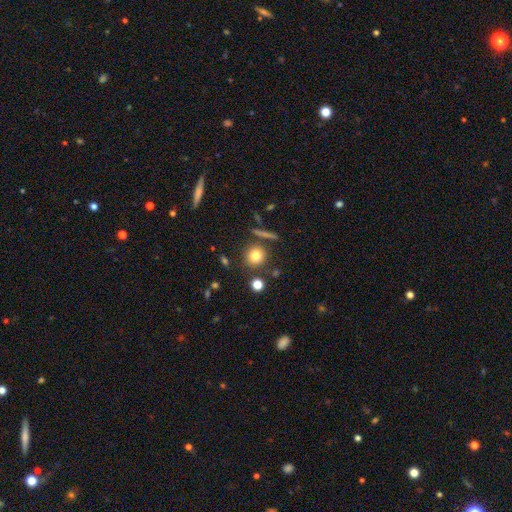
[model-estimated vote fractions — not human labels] Overall: smooth (79%). How rounded: round (89%). Merging: none (81%).